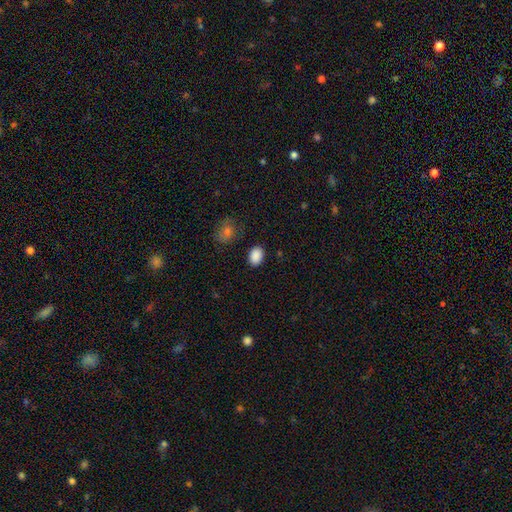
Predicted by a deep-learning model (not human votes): This is clearly a smooth galaxy (89%). How rounded: clearly in between (80%). Merging: clearly none (86%).